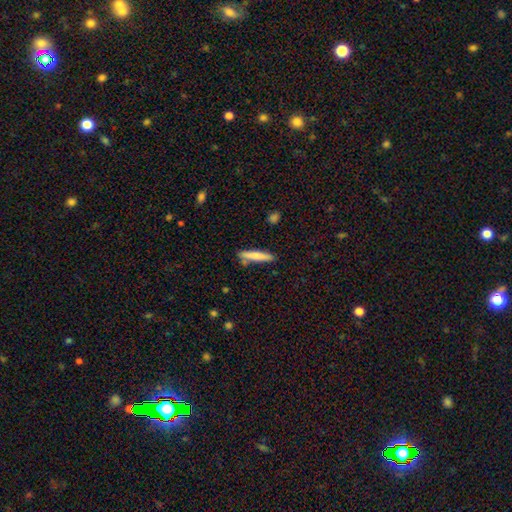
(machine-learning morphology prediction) This is likely a smooth galaxy (77%). How rounded: clearly cigar-shaped (91%). Merging: likely none (79%).